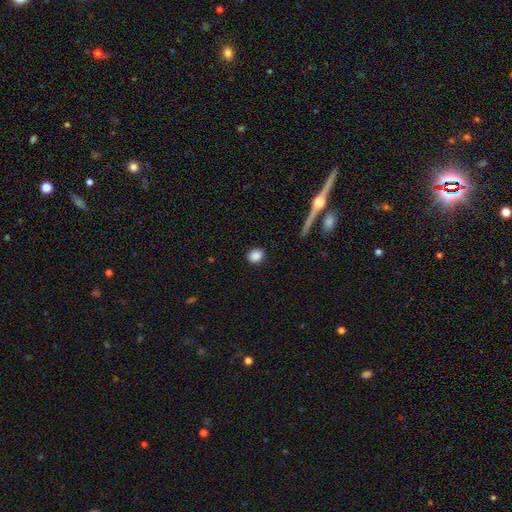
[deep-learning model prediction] A smooth galaxy with no disk features (88%) that is round (65%).

Vote fractions:
- Smooth or featured? smooth: 88% / star or artifact: 9% / featured or disk: 4%
- How rounded? round: 65% / in between: 33% / cigar-shaped: 2%
- Merging? none: 89% / minor disturbance: 7% / major disturbance: 2% / merger: 1%